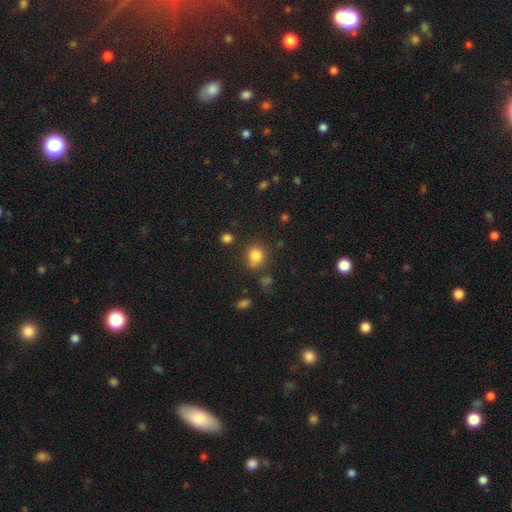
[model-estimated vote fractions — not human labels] Morphology: type=smooth (82%); roundness=round (69%); merging=none (70%).